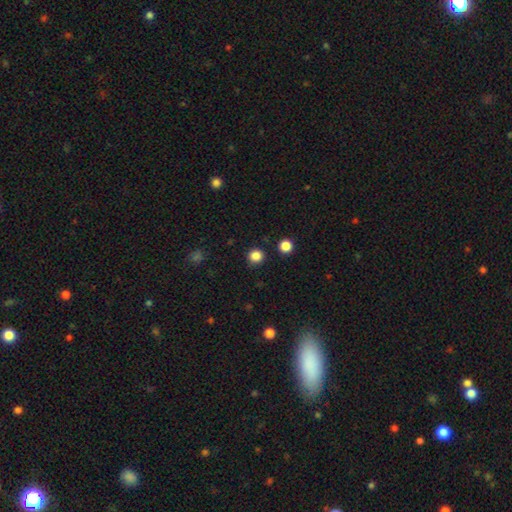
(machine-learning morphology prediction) Smooth or featured: smooth — 85% (star or artifact — 13%)
How rounded: round — 94% (in between — 5%)
Merging: none — 91% (minor disturbance — 5%)